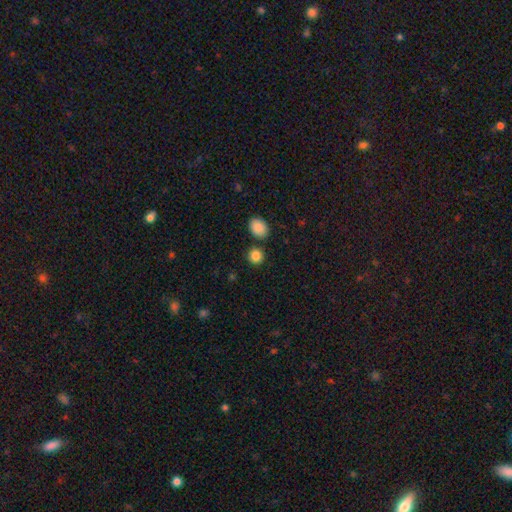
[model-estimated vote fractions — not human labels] A smooth galaxy with no disk features (86%) that is round (84%).

Vote fractions:
- Smooth or featured? smooth: 86% / star or artifact: 10% / featured or disk: 4%
- How rounded? round: 84% / in between: 15% / cigar-shaped: 1%
- Merging? none: 79% / merger: 11% / minor disturbance: 8% / major disturbance: 2%